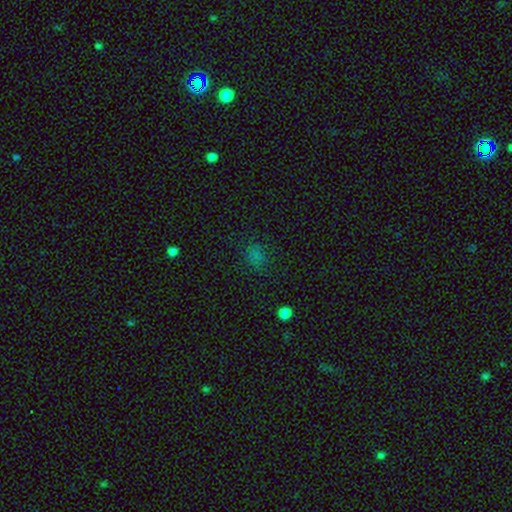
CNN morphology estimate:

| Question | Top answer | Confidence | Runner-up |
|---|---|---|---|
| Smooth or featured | smooth | 68% | star or artifact (27%) |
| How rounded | round | 58% | in between (41%) |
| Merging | none | 76% | minor disturbance (16%) |